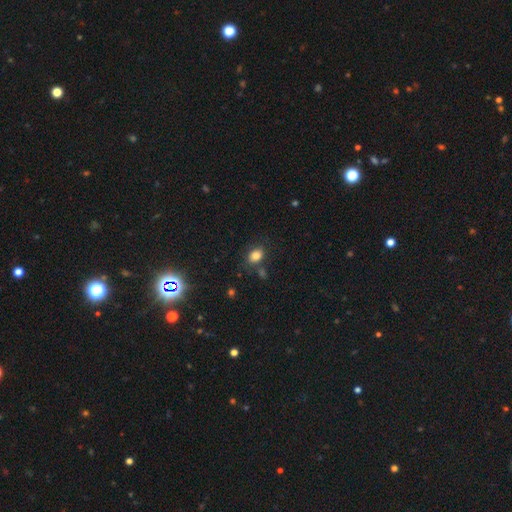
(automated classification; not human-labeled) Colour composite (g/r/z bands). It shows a smooth galaxy with no disk features (81%) that is in between round and cigar-shaped (70%). Merging: none (69%).